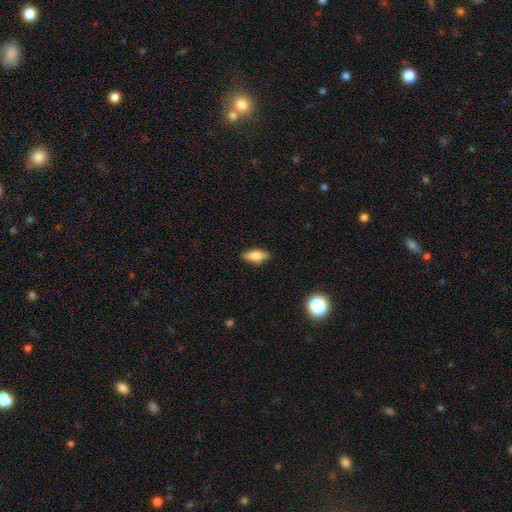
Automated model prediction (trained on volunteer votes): Morphology: type=smooth (75%); roundness=in between (78%); merging=none (82%).